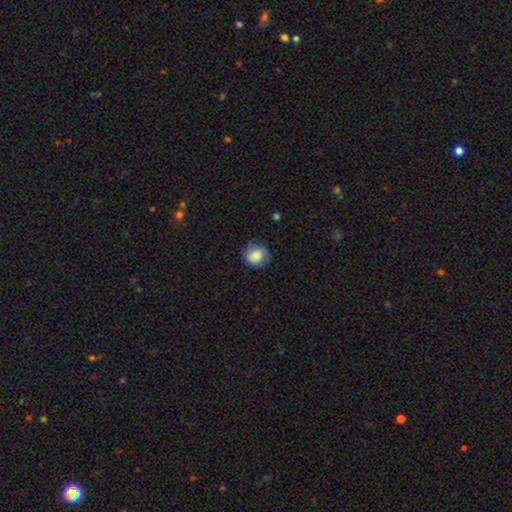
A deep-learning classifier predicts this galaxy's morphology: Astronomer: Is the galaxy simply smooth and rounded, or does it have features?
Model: smooth — 79%.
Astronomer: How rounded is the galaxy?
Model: round — 85%.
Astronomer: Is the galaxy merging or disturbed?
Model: none — 79%.